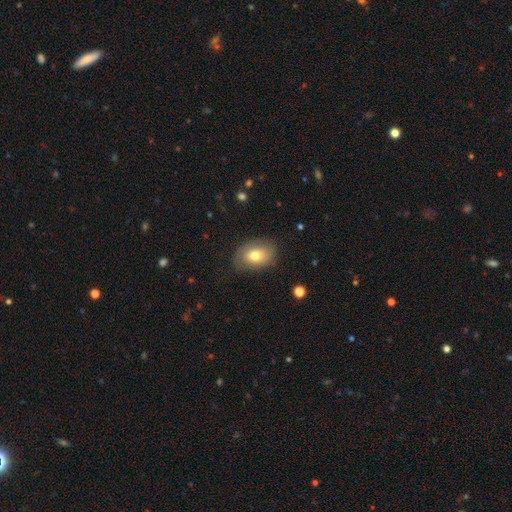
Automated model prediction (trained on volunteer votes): Overall: smooth (70%). How rounded: in between (77%). Merging: none (74%).